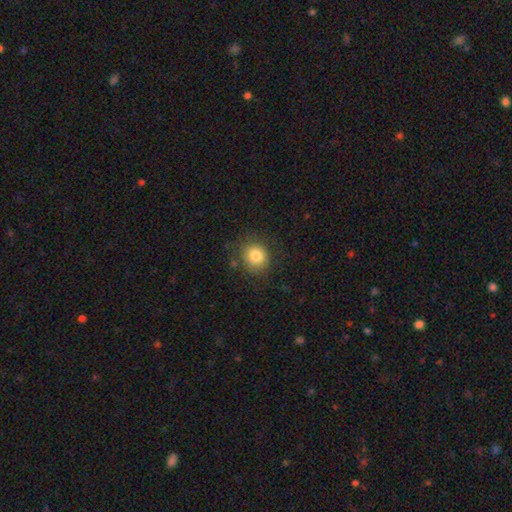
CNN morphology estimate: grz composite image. It shows a smooth galaxy with no disk features (81%) that is round (82%). Merging: none (82%).